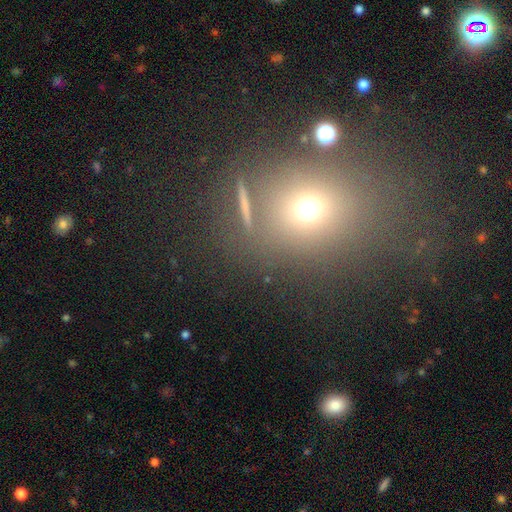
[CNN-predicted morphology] Q: Smooth or featured?
A: smooth (53%); runner-up: star or artifact (33%)
Q: How rounded?
A: round (62%); runner-up: in between (36%)
Q: Merging?
A: none (69%); runner-up: minor disturbance (13%)